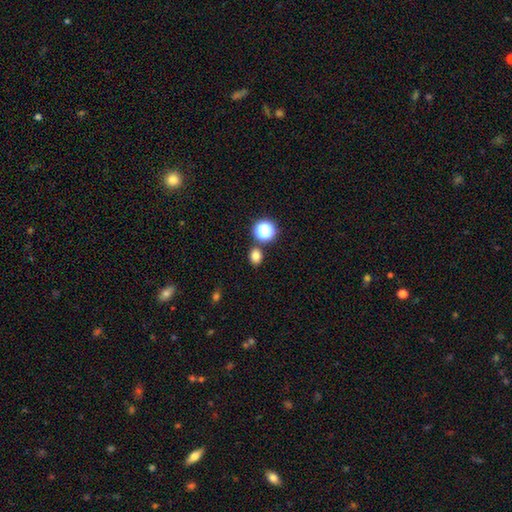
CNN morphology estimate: type=smooth (79%); roundness=round (55%); merging=none (81%).